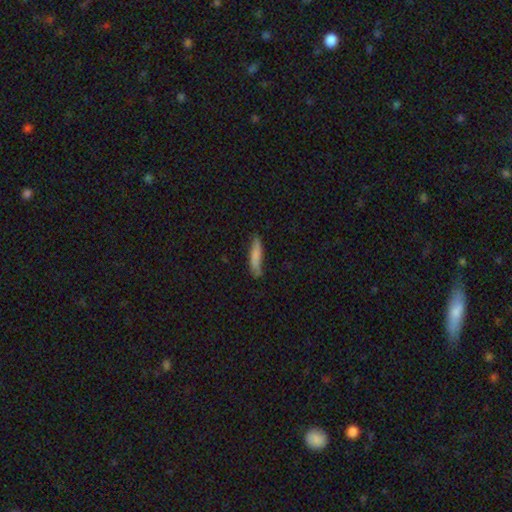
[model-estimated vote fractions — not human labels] Overall: smooth (76%). How rounded: cigar-shaped (83%). Merging: none (70%).